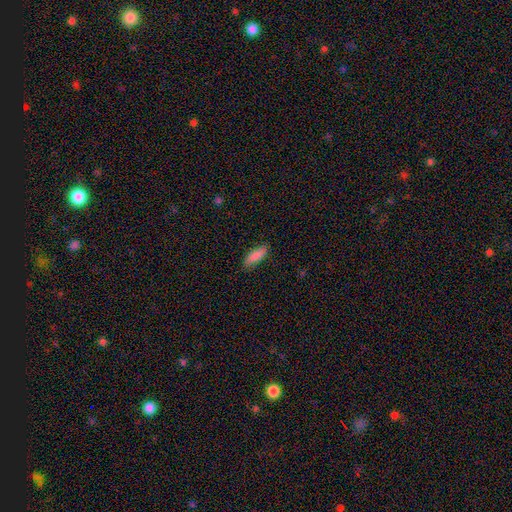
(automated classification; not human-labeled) smooth 87%, featured or disk 6%, star or artifact 6%. Down the decision tree: how rounded — in between (62%); merging — none (81%).